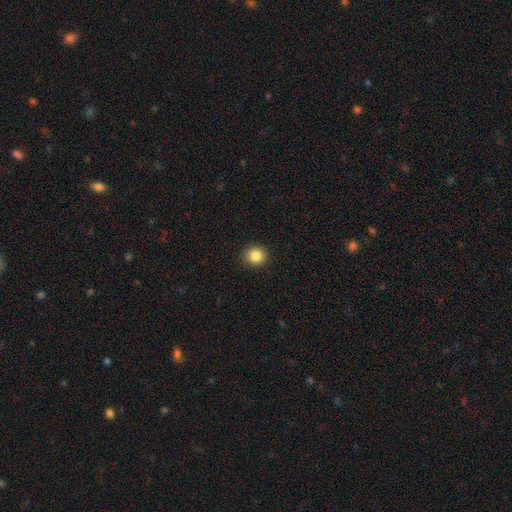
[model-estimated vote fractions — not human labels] The model was most divided on "smooth or featured": smooth: 86%, star or artifact: 10%, featured or disk: 4%. More confident: merging — none (92%); how rounded — round (89%).